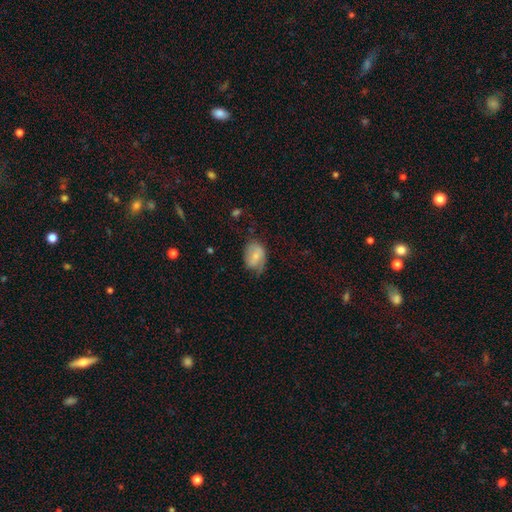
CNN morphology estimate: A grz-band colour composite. It shows a smooth galaxy with no disk features (60%) that is in between round and cigar-shaped (75%). Merging: none (42%).